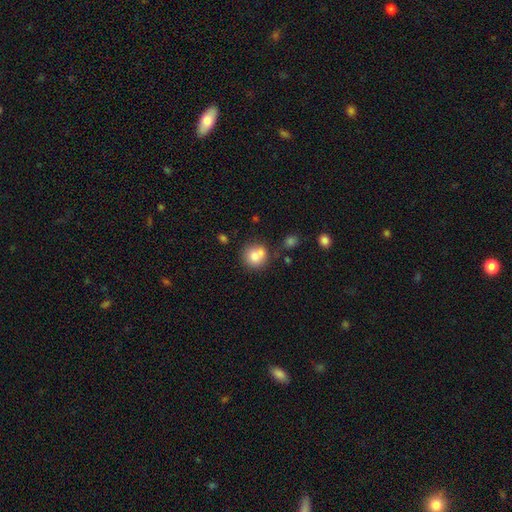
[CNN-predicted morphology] Smooth or featured: smooth — 75% (featured or disk — 15%)
How rounded: round — 85% (in between — 14%)
Merging: none — 49% (merger — 34%)